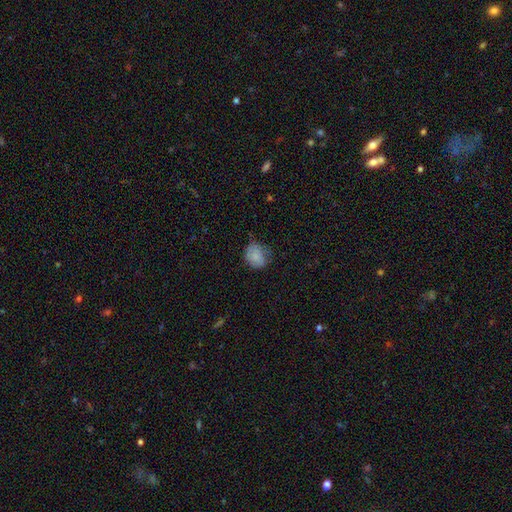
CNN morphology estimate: Overall: smooth (80%). How rounded: round (54%; in between 45%). Merging: none (58%; minor disturbance 31%).